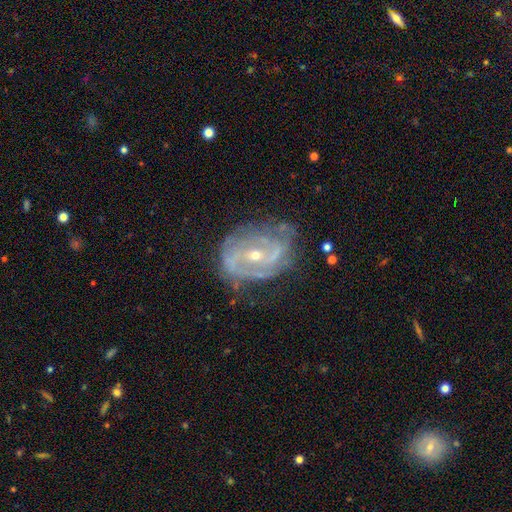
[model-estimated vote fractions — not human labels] featured or disk 85%, smooth 9%, star or artifact 7%. Down the decision tree: edge-on disk — no (96%); bar — no (40%); spiral arms — yes (88%); spiral arm count — 2 (55%); spiral winding — medium (42%, tied with tight); bulge size — small (64%); merging — none (57%).